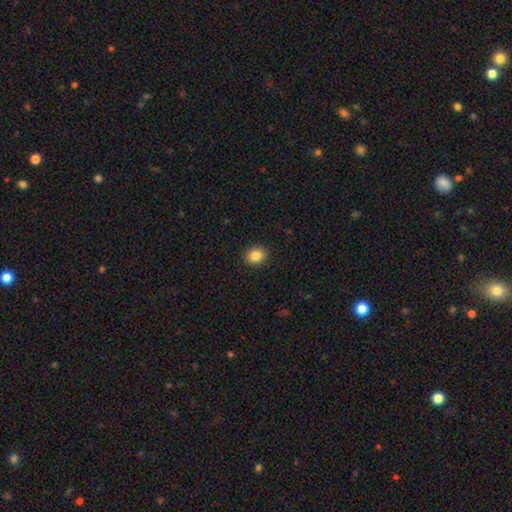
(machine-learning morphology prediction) smooth 85%, star or artifact 10%, featured or disk 5%. Down the decision tree: how rounded — round (75%); merging — none (92%).